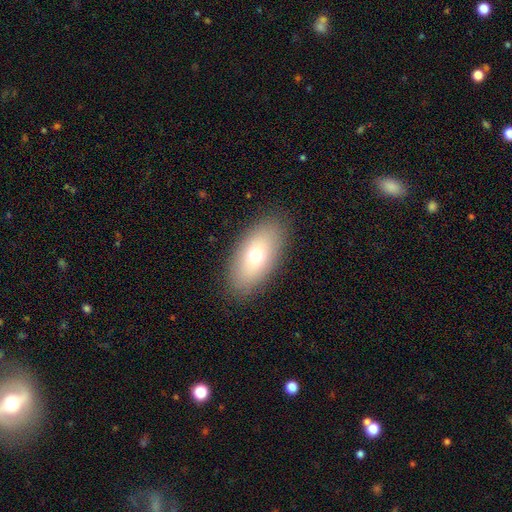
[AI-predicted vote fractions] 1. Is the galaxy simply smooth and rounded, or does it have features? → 68% smooth, 22% featured or disk, 10% star or artifact.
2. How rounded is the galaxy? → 90% in between, 6% round, 5% cigar-shaped.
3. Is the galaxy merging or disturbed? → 86% none, 9% minor disturbance, 3% major disturbance, 1% merger.